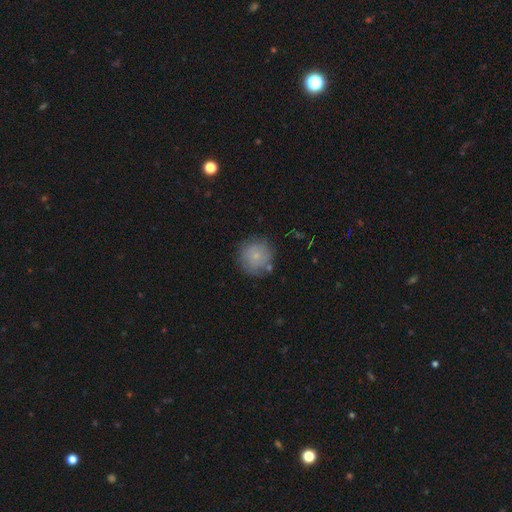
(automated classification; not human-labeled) Morphology: type=smooth (73%); roundness=round (94%); merging=none (77%).